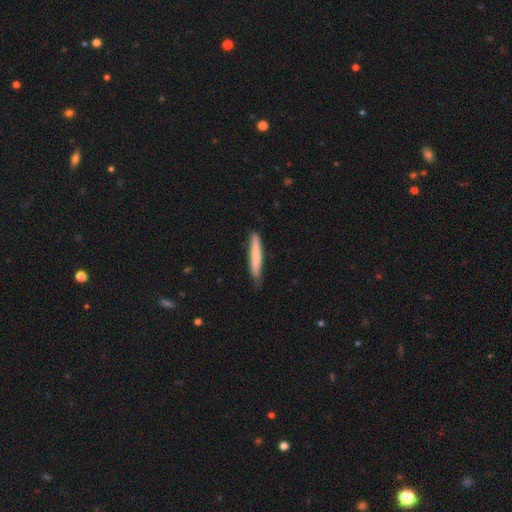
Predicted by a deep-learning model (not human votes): A smooth galaxy with no disk features (75%) that is cigar-shaped (95%).

Vote fractions:
- Smooth or featured? smooth: 75% / featured or disk: 20% / star or artifact: 5%
- How rounded? cigar-shaped: 95% / in between: 4% / round: 1%
- Merging? none: 78% / minor disturbance: 19% / major disturbance: 2% / merger: 1%